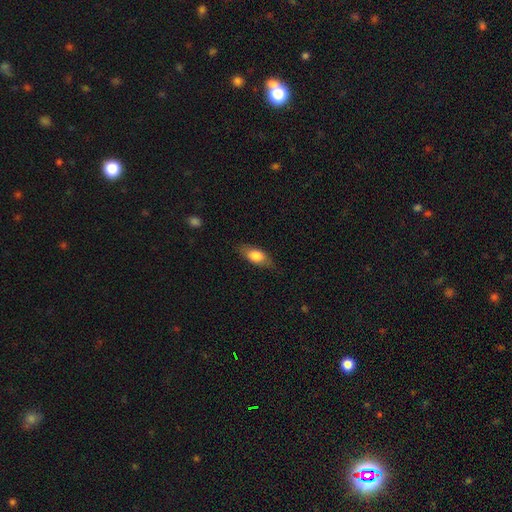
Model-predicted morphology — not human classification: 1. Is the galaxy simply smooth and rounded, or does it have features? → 73% smooth, 20% featured or disk, 7% star or artifact.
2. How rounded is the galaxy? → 80% in between, 15% cigar-shaped, 5% round.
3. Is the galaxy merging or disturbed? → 77% none, 18% minor disturbance, 4% major disturbance, 1% merger.